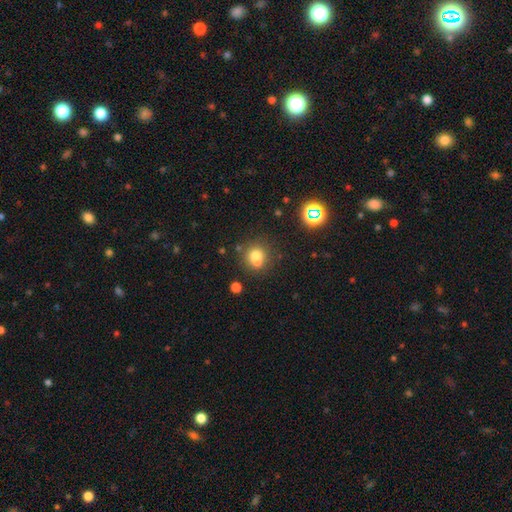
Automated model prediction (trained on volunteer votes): Smooth or featured?
  - smooth: 70% *
  - star or artifact: 16%
  - featured or disk: 14%
How rounded?
  - round: 84% *
  - in between: 15%
  - cigar-shaped: 1%
Merging?
  - none: 50% *
  - merger: 36%
  - minor disturbance: 10%
  - major disturbance: 4%